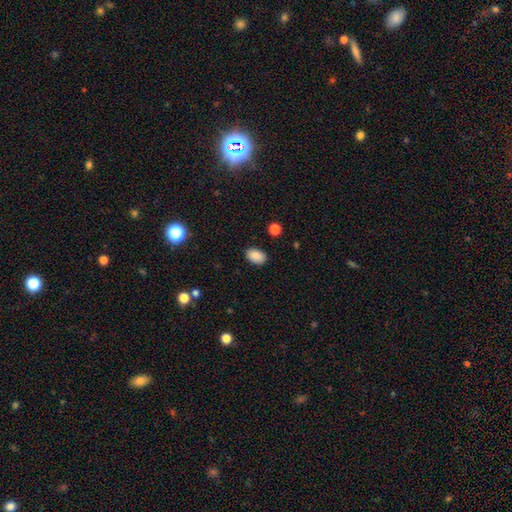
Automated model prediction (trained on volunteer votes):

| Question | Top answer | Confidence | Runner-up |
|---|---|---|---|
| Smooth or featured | smooth | 87% | star or artifact (9%) |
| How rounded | in between | 89% | round (10%) |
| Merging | none | 88% | minor disturbance (9%) |